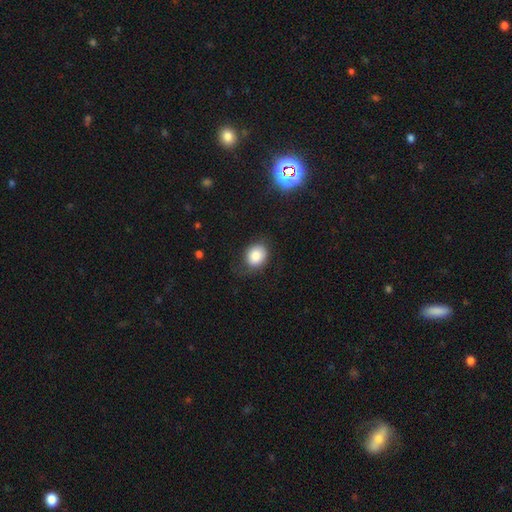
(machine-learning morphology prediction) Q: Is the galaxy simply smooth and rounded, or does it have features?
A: smooth — 82%.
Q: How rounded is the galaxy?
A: round — 61%.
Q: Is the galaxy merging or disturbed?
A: none — 68%.